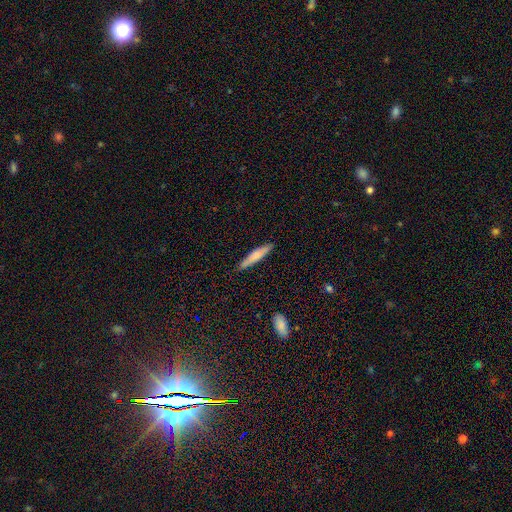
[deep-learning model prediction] A smooth galaxy with no disk features (72%) that is cigar-shaped (91%). Merging: none (88%).